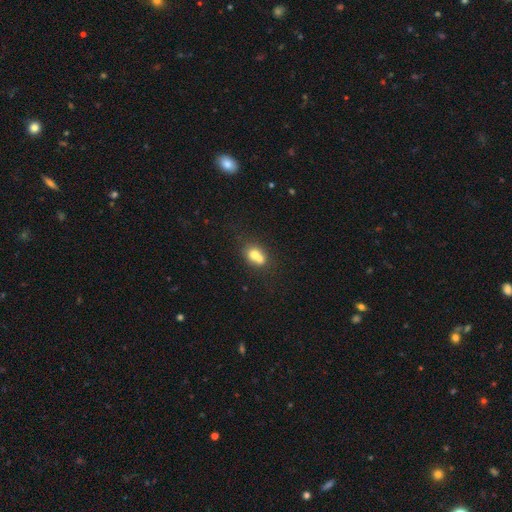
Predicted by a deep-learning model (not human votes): Morphology: type=smooth (68%); roundness=round (56%); merging=merger (60%).